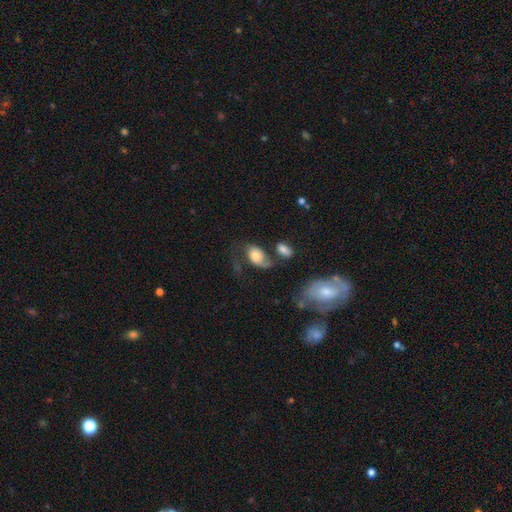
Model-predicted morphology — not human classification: smooth_or_featured: smooth (p=0.51) [alt: featured or disk p=0.41]
how_rounded: in between (p=0.86) [alt: round p=0.12]
merging: major disturbance (p=0.34) [alt: none p=0.27]